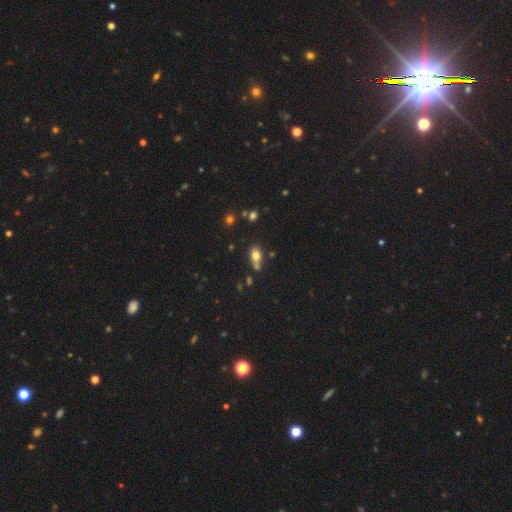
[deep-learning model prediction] This appears to be a smooth galaxy with no disk features (76%) that is in between round and cigar-shaped (71%). Merging: none (47%).